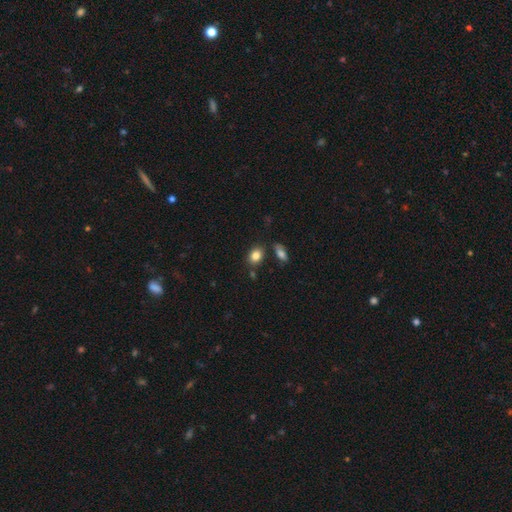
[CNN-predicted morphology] smooth_or_featured: smooth (p=0.84) [alt: star or artifact p=0.09]
how_rounded: in between (p=0.70) [alt: round p=0.28]
merging: none (p=0.77) [alt: minor disturbance p=0.12]